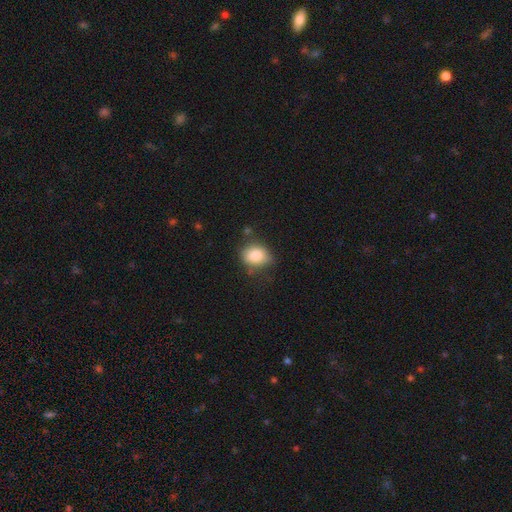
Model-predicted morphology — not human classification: smooth_or_featured: smooth (p=0.84) [alt: star or artifact p=0.09]
how_rounded: in between (p=0.56) [alt: round p=0.42]
merging: none (p=0.63) [alt: minor disturbance p=0.26]